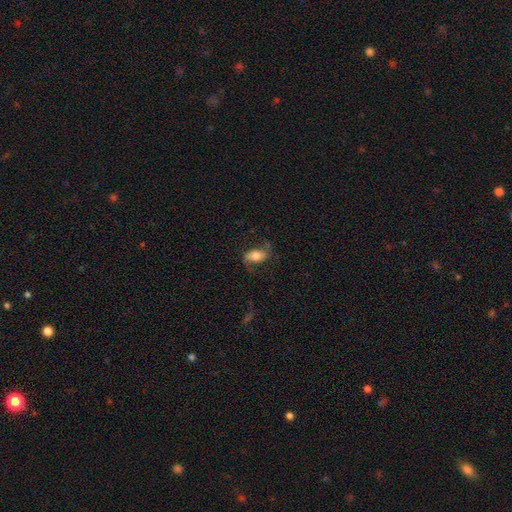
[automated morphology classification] This appears to be a smooth galaxy with no disk features (52%) that is in between round and cigar-shaped (87%). Merging: none (65%).